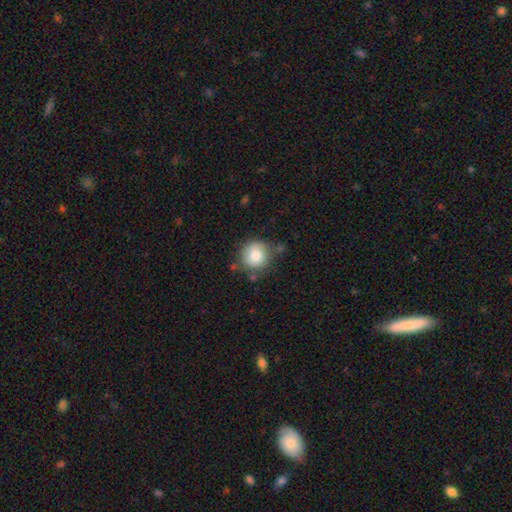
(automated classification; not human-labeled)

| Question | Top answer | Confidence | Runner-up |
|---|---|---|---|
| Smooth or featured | smooth | 82% | featured or disk (10%) |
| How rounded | round | 91% | in between (8%) |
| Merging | none | 73% | minor disturbance (17%) |